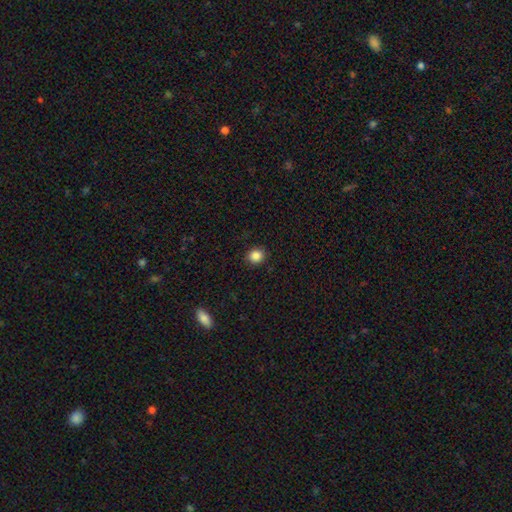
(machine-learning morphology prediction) smooth-or-featured: smooth: 86% | star or artifact: 10% | featured or disk: 4%
  how-rounded: round: 84% | in between: 15% | cigar-shaped: 1%
  merging: none: 91% | minor disturbance: 6% | major disturbance: 2% | merger: 1%